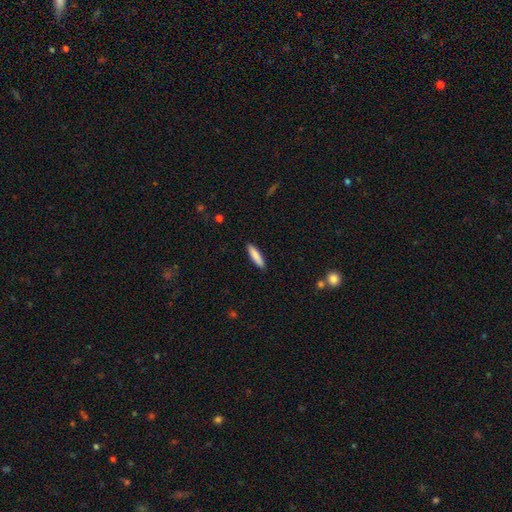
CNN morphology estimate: Smooth or featured? smooth (83%)
How rounded? cigar-shaped (80%)
Merging? none (90%)